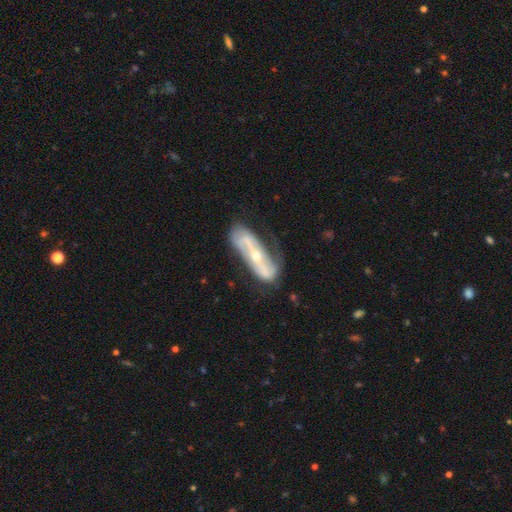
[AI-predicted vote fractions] Smooth or featured?
  - featured or disk: 78% *
  - smooth: 16%
  - star or artifact: 6%
Edge-on disk?
  - no: 82% *
  - yes: 18%
Bar?
  - strong: 41% *
  - no: 36%
  - weak: 23%
Spiral arms?
  - yes: 79% *
  - no: 21%
Spiral winding?
  - loose: 41% *
  - medium: 33%
  - tight: 25%
Spiral arm count?
  - 2: 79% *
  - can't tell: 14%
  - 1: 4%
  - 3: 2%
  - 4: 1%
  - more than 4: 1%
Bulge size?
  - small: 60% *
  - moderate: 36%
  - large: 1%
  - none: 1%
  - dominant: 1%
Merging?
  - none: 58% *
  - minor disturbance: 26%
  - major disturbance: 13%
  - merger: 3%